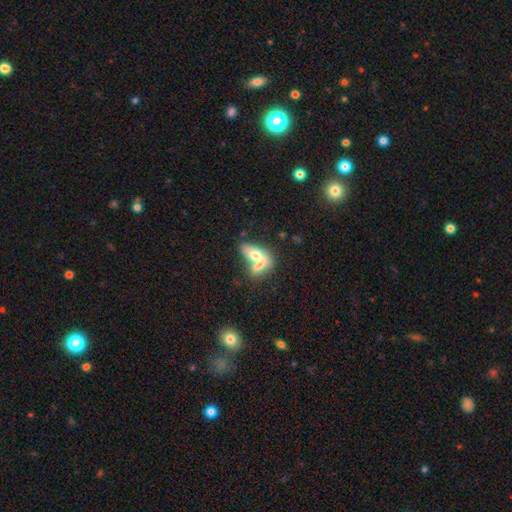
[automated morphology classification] A smooth galaxy with no disk features (63%) that is in between round and cigar-shaped (79%). Merging: merger (65%).